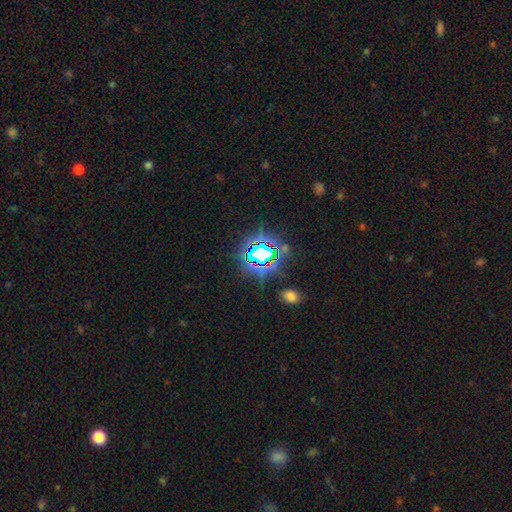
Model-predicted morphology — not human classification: type=star or artifact (75%).